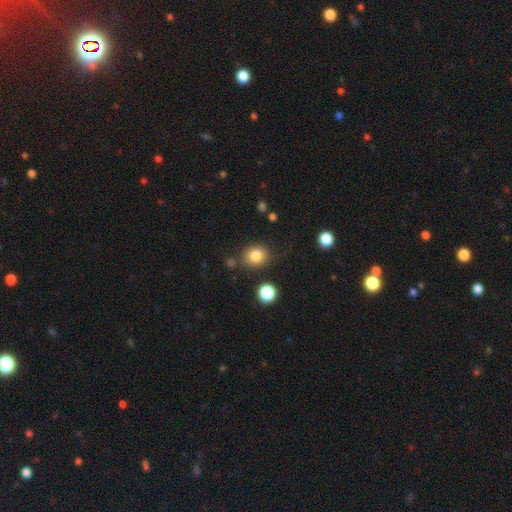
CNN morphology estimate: A smooth galaxy with no disk features (83%) that is round (70%). Merging: none (79%).